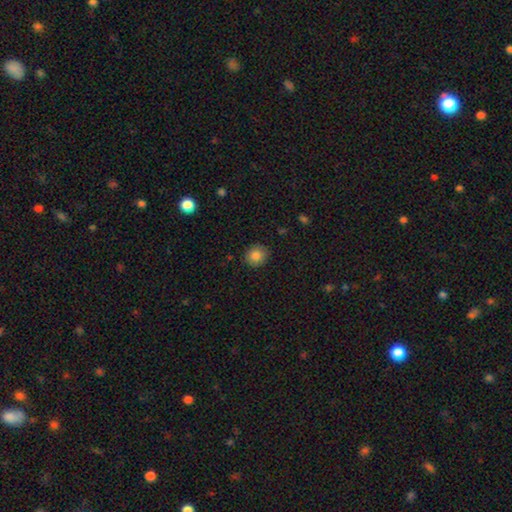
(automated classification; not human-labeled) smooth-or-featured: smooth: 84% | star or artifact: 9% | featured or disk: 6%
  how-rounded: round: 82% | in between: 17% | cigar-shaped: 1%
  merging: none: 89% | minor disturbance: 8% | major disturbance: 2% | merger: 1%